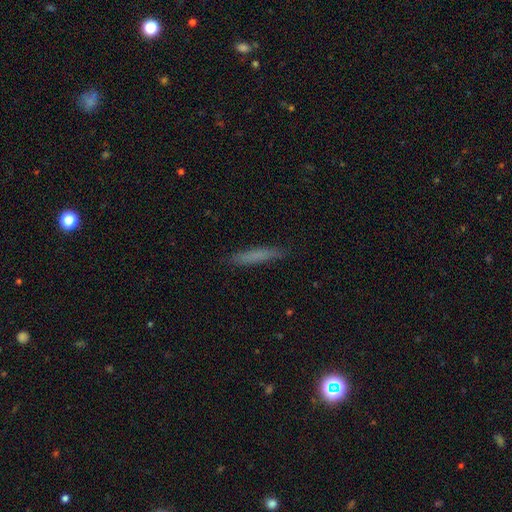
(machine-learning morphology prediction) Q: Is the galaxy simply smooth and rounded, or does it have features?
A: smooth — 73%.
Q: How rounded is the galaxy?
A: cigar-shaped — 93%.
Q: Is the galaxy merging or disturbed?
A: none — 87%.